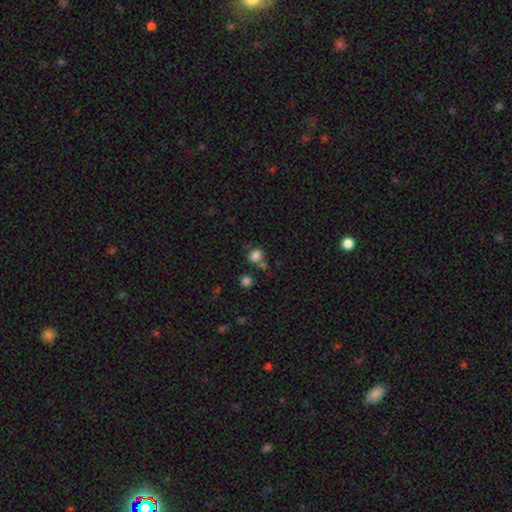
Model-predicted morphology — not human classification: A smooth galaxy with no disk features (81%) that is round (51%). Merging: none (56%).